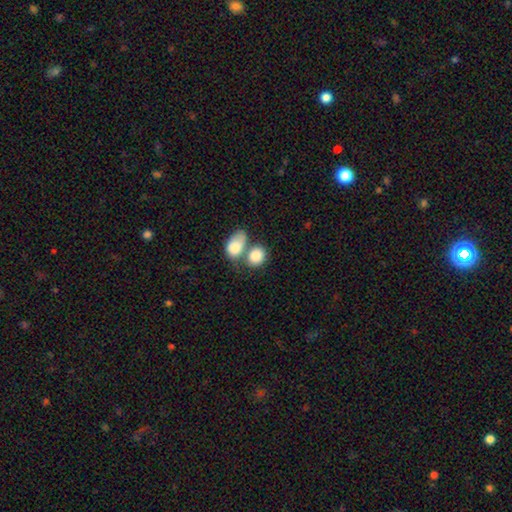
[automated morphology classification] Smooth or featured?
  - smooth: 84% *
  - featured or disk: 9%
  - star or artifact: 7%
How rounded?
  - in between: 59% *
  - round: 39%
  - cigar-shaped: 1%
Merging?
  - merger: 56% *
  - none: 29%
  - minor disturbance: 10%
  - major disturbance: 6%